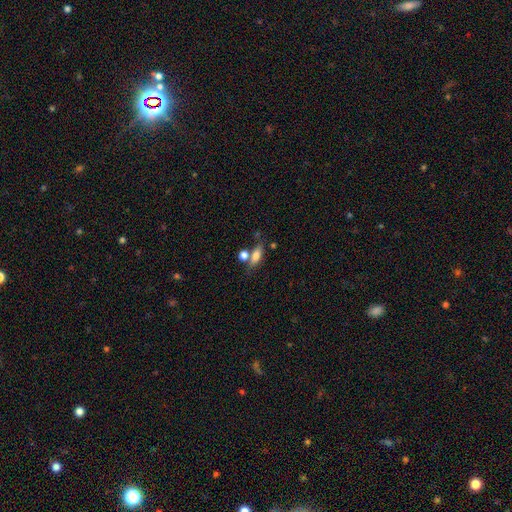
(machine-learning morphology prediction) smooth 70%, featured or disk 20%, star or artifact 10%. Down the decision tree: how rounded — in between (63%); merging — none (55%).